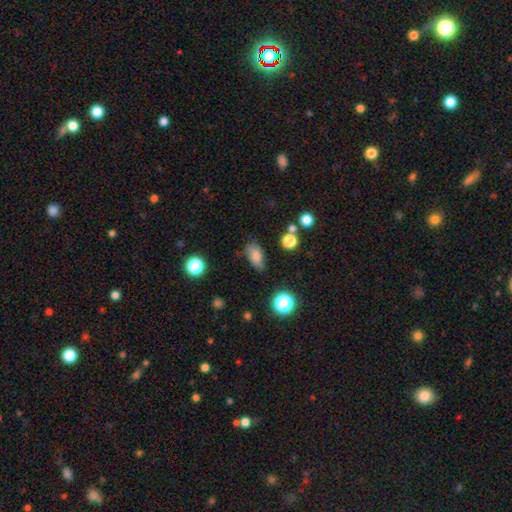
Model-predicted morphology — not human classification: The model was most divided on "merging": none: 63%, minor disturbance: 27%, major disturbance: 7%, merger: 3%. More confident: how rounded — in between (85%); smooth or featured — smooth (75%).